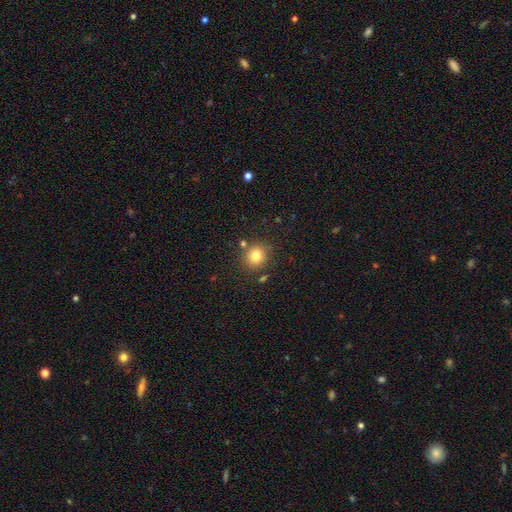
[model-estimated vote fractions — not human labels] Overall: smooth (79%). How rounded: round (87%). Merging: none (80%).